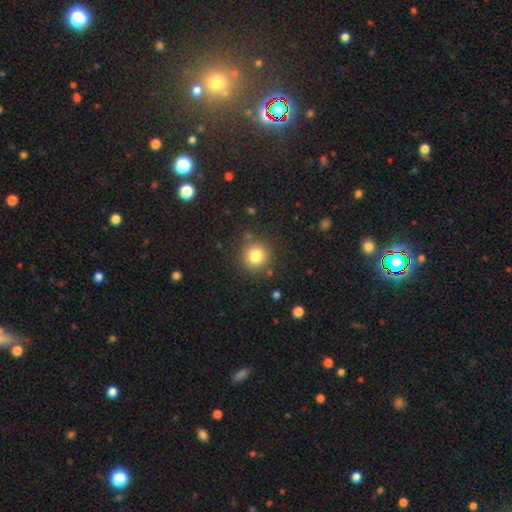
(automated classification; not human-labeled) Overall: smooth (81%). How rounded: round (93%). Merging: none (86%).